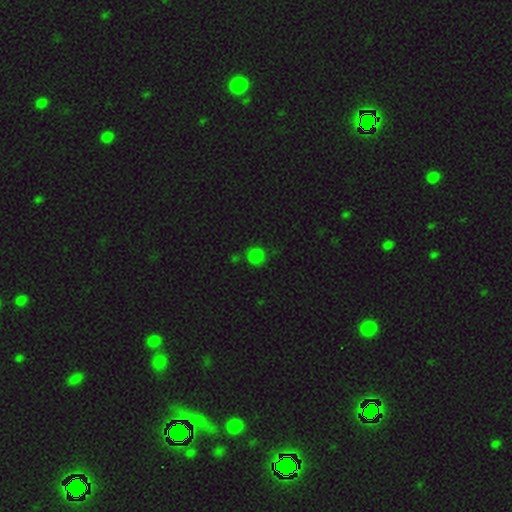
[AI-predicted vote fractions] Smooth or featured?
  - smooth: 81% *
  - star or artifact: 16%
  - featured or disk: 3%
How rounded?
  - round: 89% *
  - in between: 10%
  - cigar-shaped: 1%
Merging?
  - none: 80% *
  - minor disturbance: 12%
  - merger: 4%
  - major disturbance: 4%